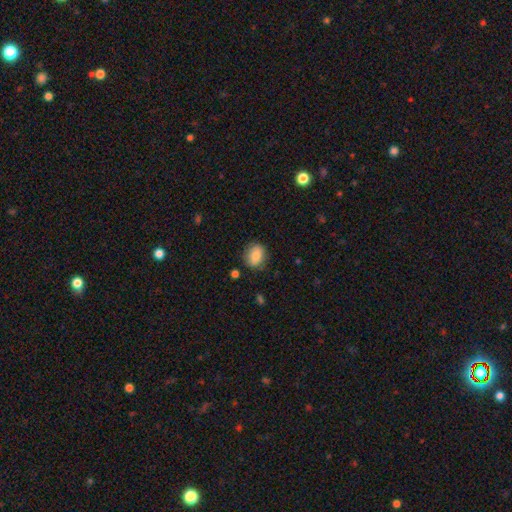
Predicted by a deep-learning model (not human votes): This is clearly a smooth galaxy (85%). How rounded: possibly in between (56%). Merging: likely none (80%).